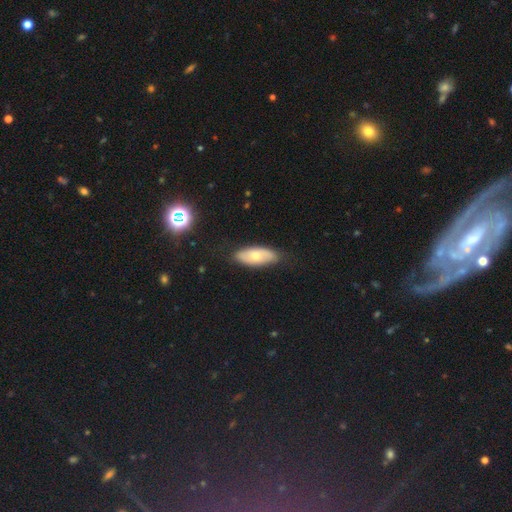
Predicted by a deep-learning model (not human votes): Q: Smooth or featured?
A: smooth (60%); runner-up: featured or disk (34%)
Q: How rounded?
A: in between (83%); runner-up: cigar-shaped (15%)
Q: Merging?
A: none (80%); runner-up: minor disturbance (16%)